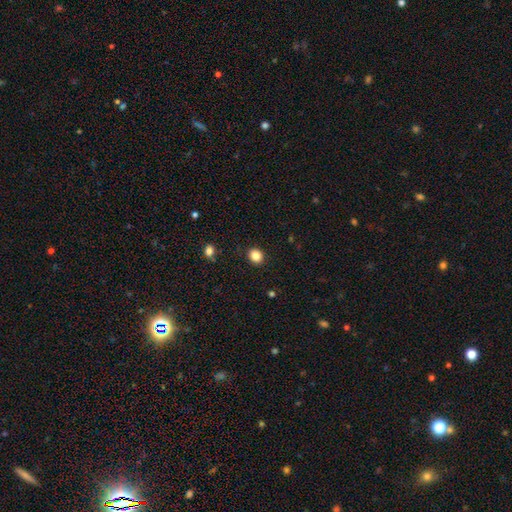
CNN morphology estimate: A smooth galaxy with no disk features (85%) that is round (70%). Merging: none (91%).